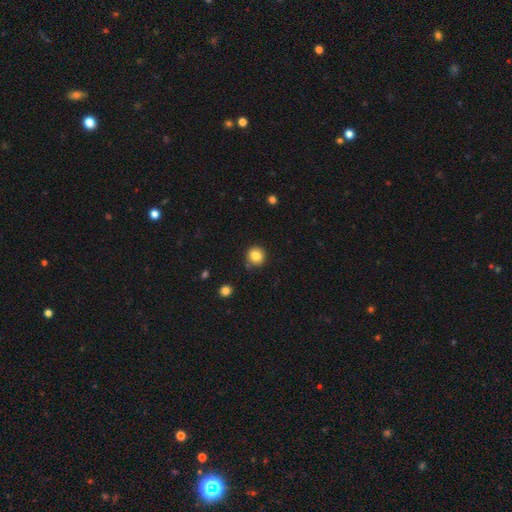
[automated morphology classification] This appears to be a smooth galaxy with no disk features (83%) that is round (88%). Merging: none (85%).